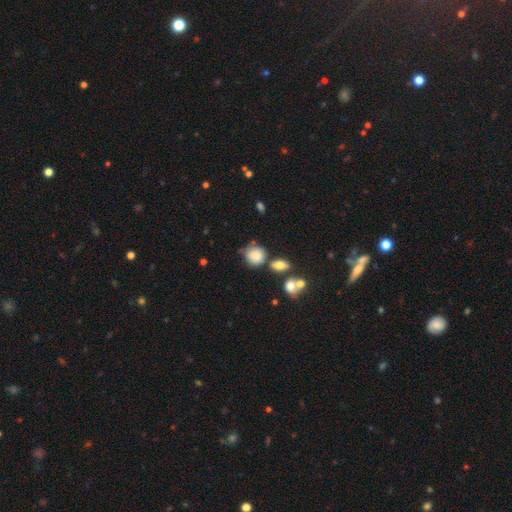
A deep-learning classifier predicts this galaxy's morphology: Smooth or featured: smooth — 78% (featured or disk — 12%)
How rounded: round — 80% (in between — 19%)
Merging: none — 53% (minor disturbance — 24%)